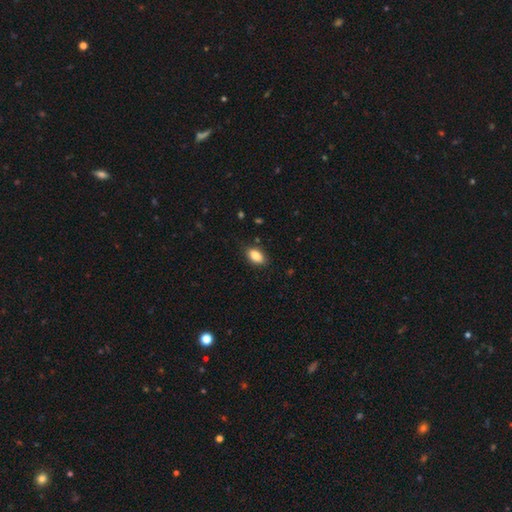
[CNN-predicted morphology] This appears to be a smooth galaxy with no disk features (87%) that is in between round and cigar-shaped (91%). Merging: none (83%).